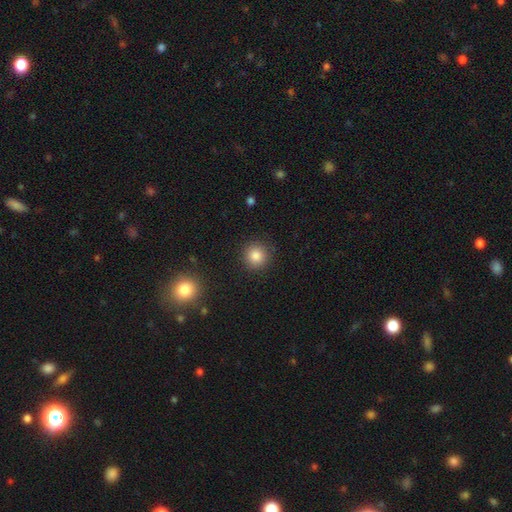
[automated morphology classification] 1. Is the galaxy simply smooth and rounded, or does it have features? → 84% smooth, 11% star or artifact, 5% featured or disk.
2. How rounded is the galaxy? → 93% round, 6% in between, 1% cigar-shaped.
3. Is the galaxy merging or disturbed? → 90% none, 6% minor disturbance, 2% major disturbance, 1% merger.